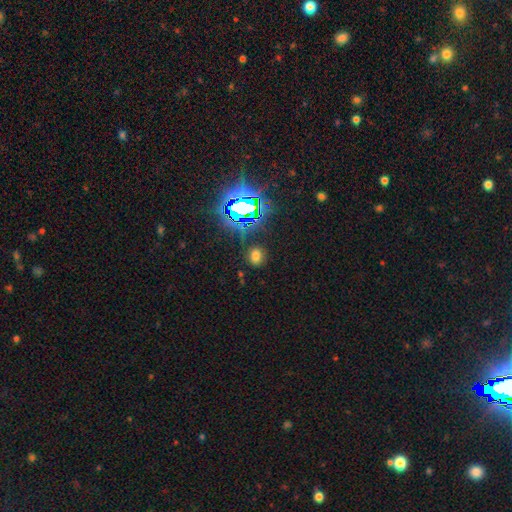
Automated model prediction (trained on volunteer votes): Smooth or featured?
  - smooth: 60% *
  - star or artifact: 32%
  - featured or disk: 8%
How rounded?
  - round: 56% *
  - in between: 43%
  - cigar-shaped: 1%
Merging?
  - none: 84% *
  - minor disturbance: 10%
  - major disturbance: 4%
  - merger: 2%